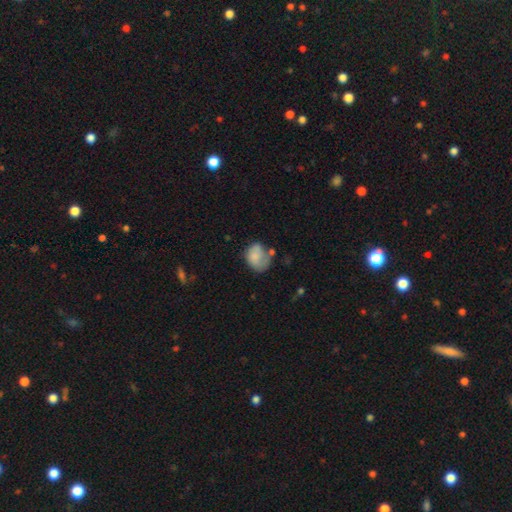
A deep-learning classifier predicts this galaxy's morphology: Smooth or featured? smooth (70%)
How rounded? in between (58%)
Merging? none (36%)